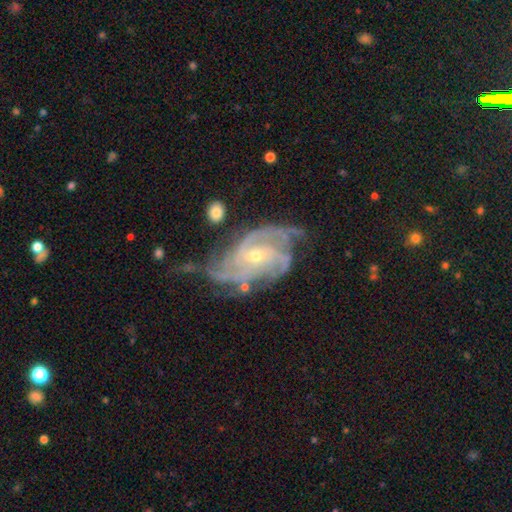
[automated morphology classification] Smooth or featured?
  - featured or disk: 91% *
  - star or artifact: 5%
  - smooth: 4%
Edge-on disk?
  - no: 97% *
  - yes: 3%
Bar?
  - no: 56% *
  - weak: 32%
  - strong: 11%
Spiral arms?
  - yes: 98% *
  - no: 2%
Spiral winding?
  - tight: 53% *
  - medium: 38%
  - loose: 10%
Spiral arm count?
  - 4: 29% *
  - 3: 26%
  - can't tell: 17%
  - 2: 13%
  - more than 4: 9%
  - 1: 6%
Bulge size?
  - small: 67% *
  - moderate: 31%
  - large: 1%
  - none: 1%
  - dominant: 1%
Merging?
  - none: 58% *
  - minor disturbance: 24%
  - major disturbance: 14%
  - merger: 3%